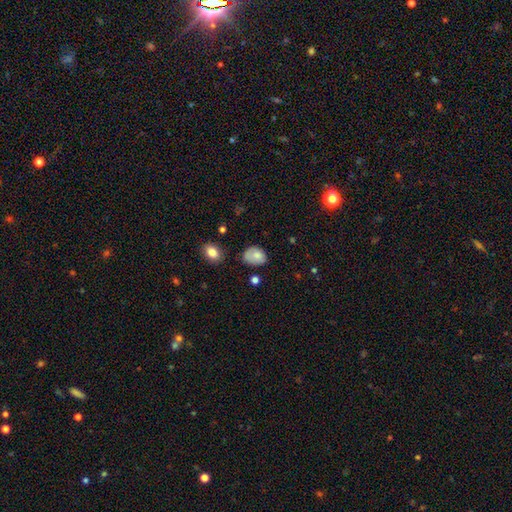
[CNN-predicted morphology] Overall: smooth (77%). How rounded: in between (67%; round 32%). Merging: none (52%; minor disturbance 34%).